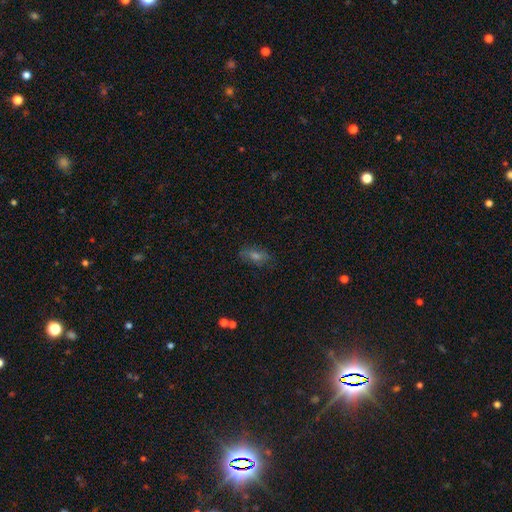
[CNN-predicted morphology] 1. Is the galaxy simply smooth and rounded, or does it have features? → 43% smooth, 30% featured or disk, 27% star or artifact.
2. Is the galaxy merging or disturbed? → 78% none, 15% minor disturbance, 5% major disturbance, 2% merger.